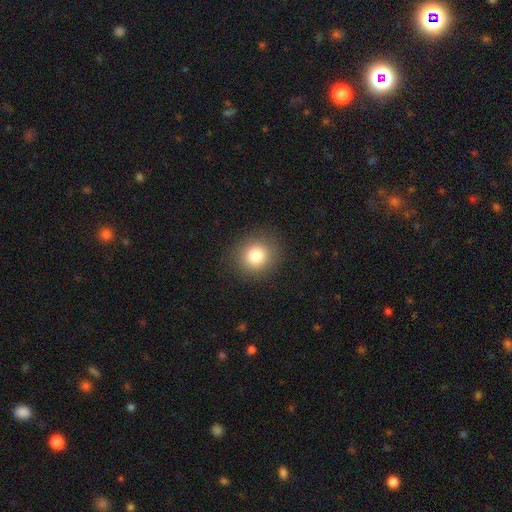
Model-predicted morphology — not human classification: smooth 81%, star or artifact 11%, featured or disk 8%. Down the decision tree: how rounded — round (87%); merging — none (89%).